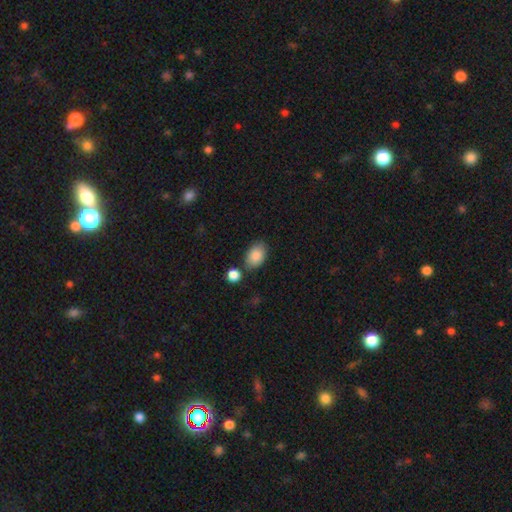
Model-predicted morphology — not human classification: type=smooth (88%); roundness=in between (88%); merging=none (73%).